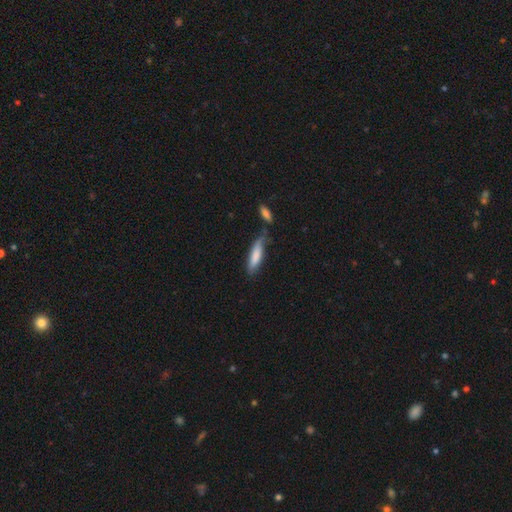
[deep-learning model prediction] Overall: smooth (79%). How rounded: cigar-shaped (71%). Merging: none (54%; minor disturbance 26%).